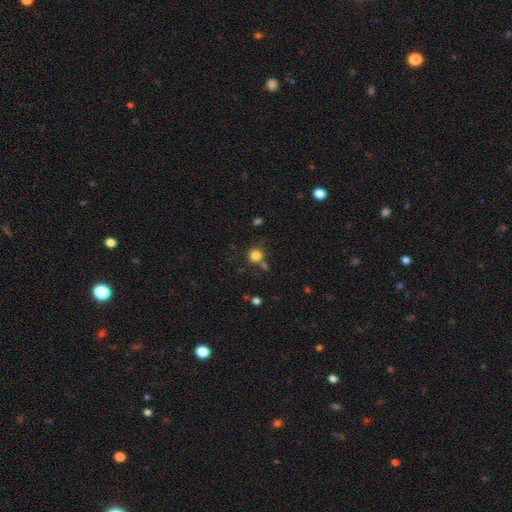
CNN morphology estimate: smooth 82%, star or artifact 12%, featured or disk 5%. Down the decision tree: how rounded — round (91%); merging — none (74%).